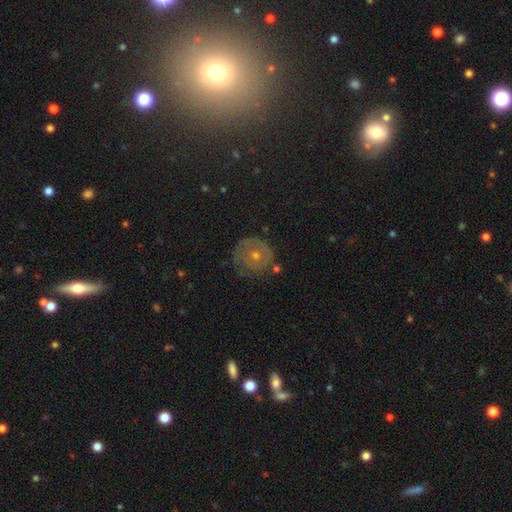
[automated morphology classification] featured or disk 62%, smooth 23%, star or artifact 14%. Down the decision tree: edge-on disk — no (97%); bar — no (85%); spiral arms — yes (65%); bulge size — moderate (50%); merging — none (77%).